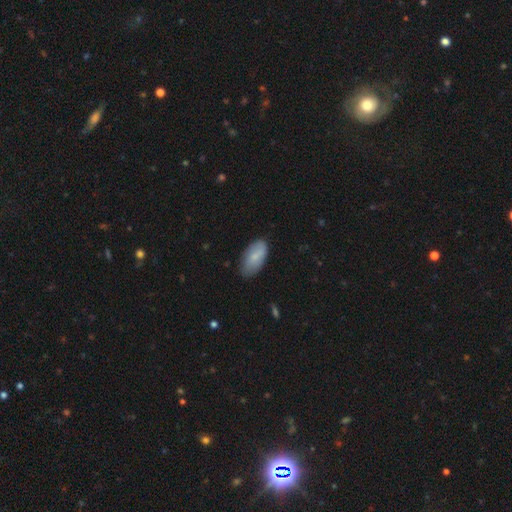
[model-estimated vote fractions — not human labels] Smooth or featured? smooth (76%)
How rounded? in between (93%)
Merging? none (75%)